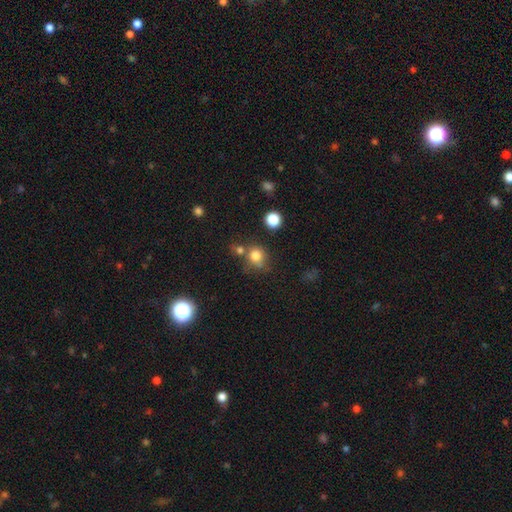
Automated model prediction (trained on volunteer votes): This is likely a smooth galaxy (78%). How rounded: clearly round (85%). Merging: likely none (62%).